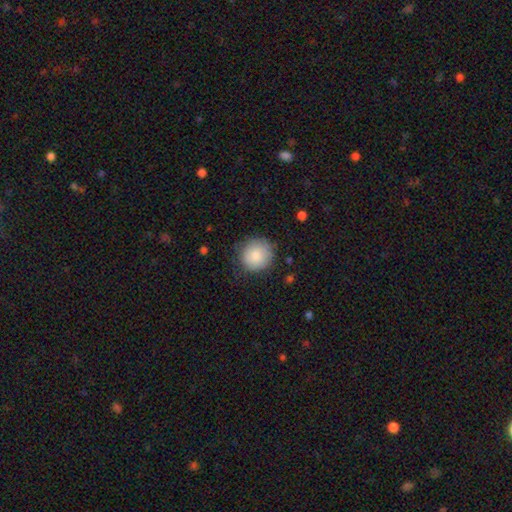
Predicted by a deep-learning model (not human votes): A smooth galaxy with no disk features (86%) that is round (91%).

Vote fractions:
- Smooth or featured? smooth: 86% / star or artifact: 7% / featured or disk: 7%
- How rounded? round: 91% / in between: 8% / cigar-shaped: 1%
- Merging? none: 80% / minor disturbance: 15% / major disturbance: 4% / merger: 1%